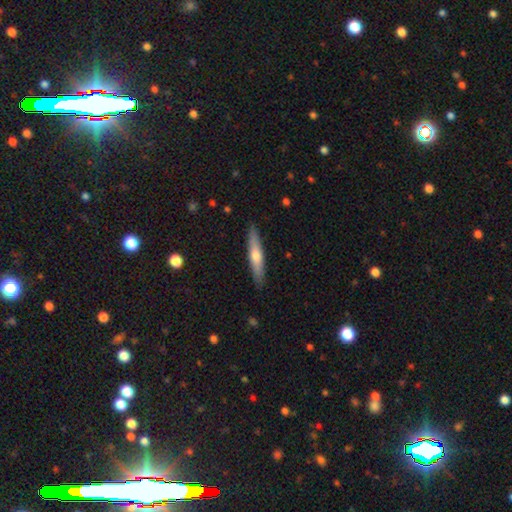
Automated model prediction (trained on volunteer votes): Overall: smooth (50%; featured or disk 44%). How rounded: cigar-shaped (89%). Merging: none (90%).